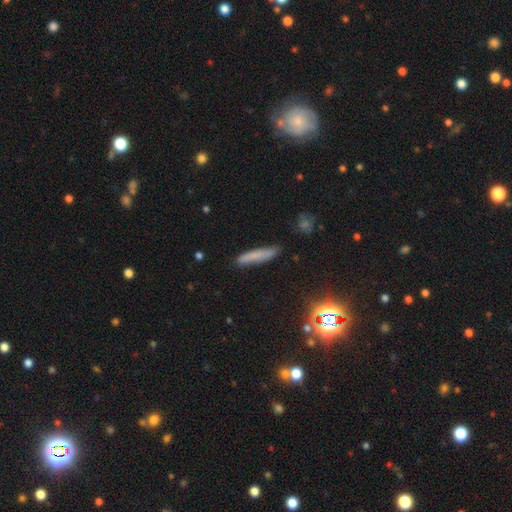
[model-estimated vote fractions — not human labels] This is likely a smooth galaxy (69%). How rounded: clearly cigar-shaped (89%). Merging: likely none (78%).